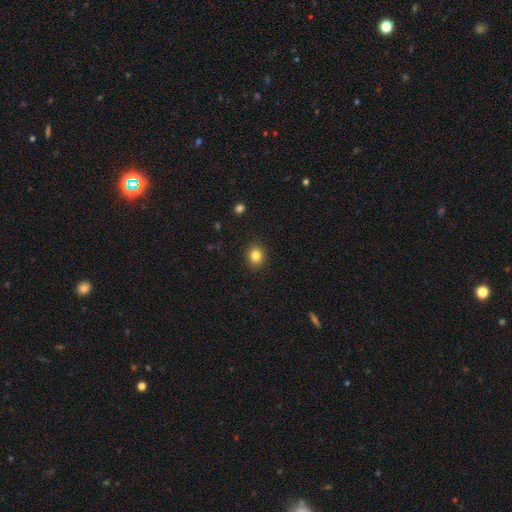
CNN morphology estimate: Smooth or featured? Predicted: smooth (p=0.84). How rounded? Predicted: round (p=0.68). Merging? Predicted: none (p=0.90).